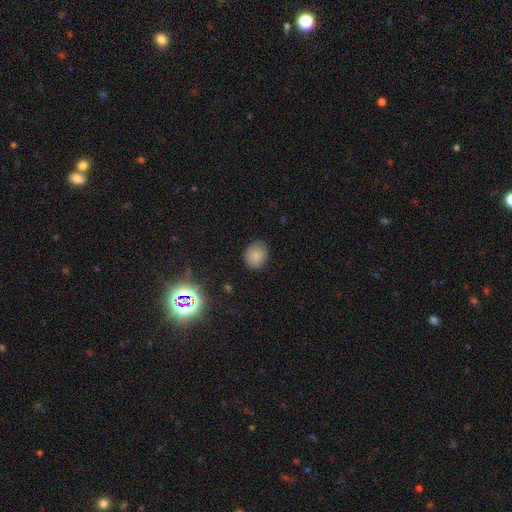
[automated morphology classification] smooth 81%, star or artifact 12%, featured or disk 7%. Down the decision tree: how rounded — round (61%); merging — none (85%).